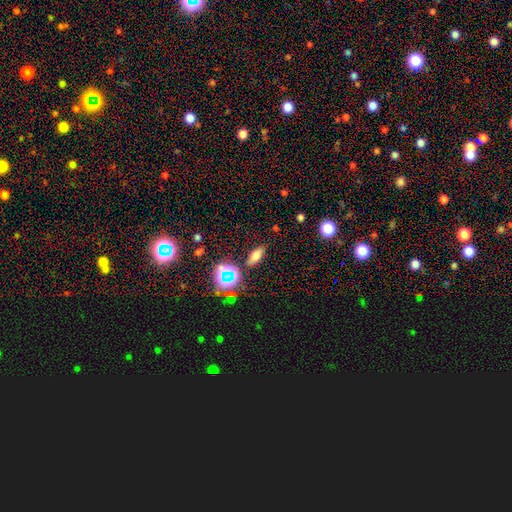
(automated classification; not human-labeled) A smooth galaxy with no disk features (65%) that is in between round and cigar-shaped (73%).

Vote fractions:
- Smooth or featured? smooth: 65% / star or artifact: 22% / featured or disk: 14%
- How rounded? in between: 73% / cigar-shaped: 19% / round: 8%
- Merging? none: 84% / minor disturbance: 10% / major disturbance: 3% / merger: 3%